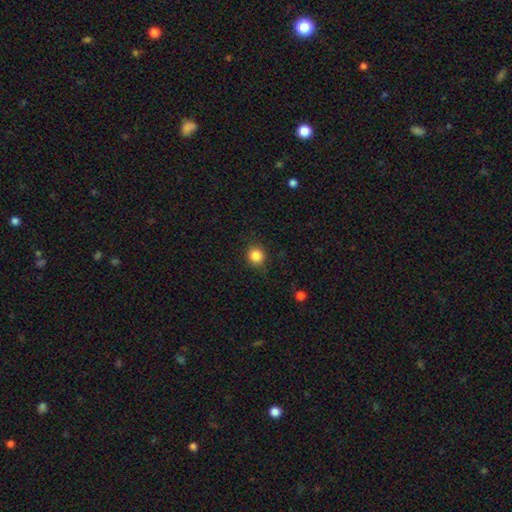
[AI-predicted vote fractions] Smooth or featured: smooth — 85% (star or artifact — 11%)
How rounded: round — 91% (in between — 8%)
Merging: none — 87% (minor disturbance — 9%)